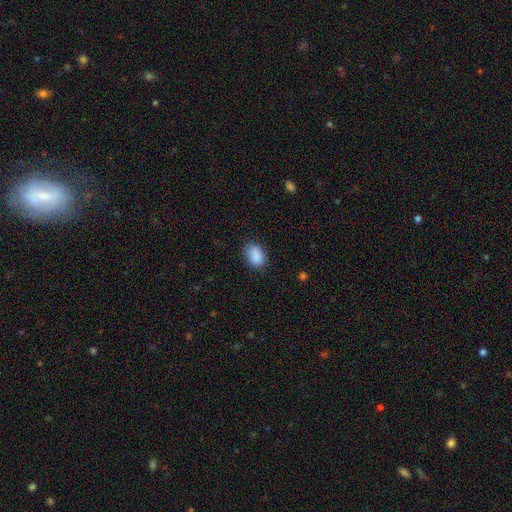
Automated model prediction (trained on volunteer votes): A smooth galaxy with no disk features (87%) that is in between round and cigar-shaped (80%).

Vote fractions:
- Smooth or featured? smooth: 87% / star or artifact: 8% / featured or disk: 5%
- How rounded? in between: 80% / round: 19% / cigar-shaped: 1%
- Merging? none: 74% / minor disturbance: 20% / major disturbance: 4% / merger: 2%